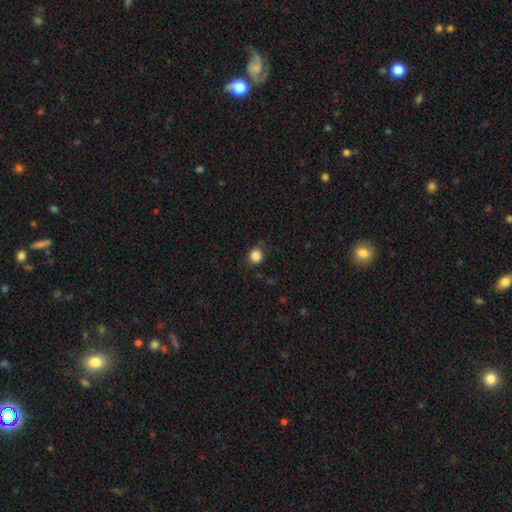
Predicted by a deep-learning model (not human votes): smooth 85%, star or artifact 11%, featured or disk 4%. Down the decision tree: how rounded — round (85%); merging — none (77%).